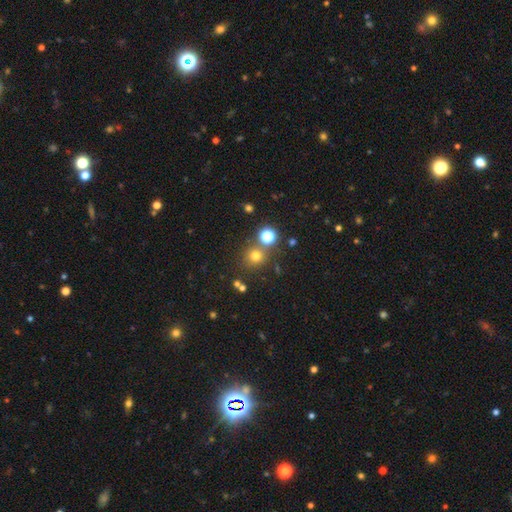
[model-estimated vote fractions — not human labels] Smooth or featured? Predicted: smooth (p=0.71). How rounded? Predicted: round (p=0.90). Merging? Predicted: none (p=0.76).